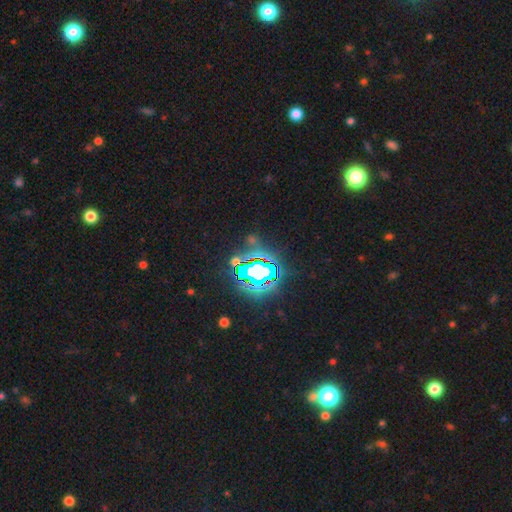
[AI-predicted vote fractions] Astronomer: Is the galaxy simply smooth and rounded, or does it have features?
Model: star or artifact — 86%.